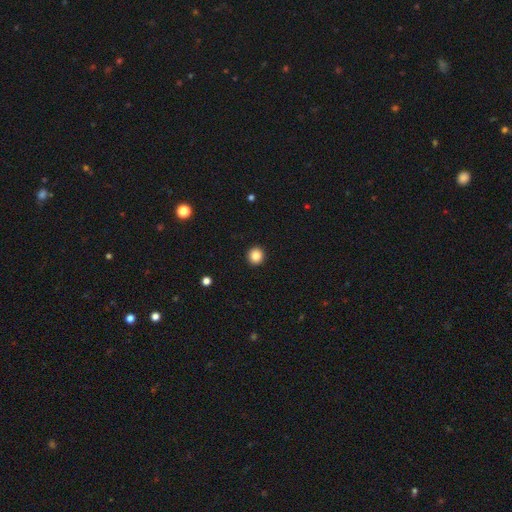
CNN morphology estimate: The model was most divided on "smooth or featured": smooth: 85%, star or artifact: 10%, featured or disk: 4%. More confident: how rounded — round (94%); merging — none (94%).